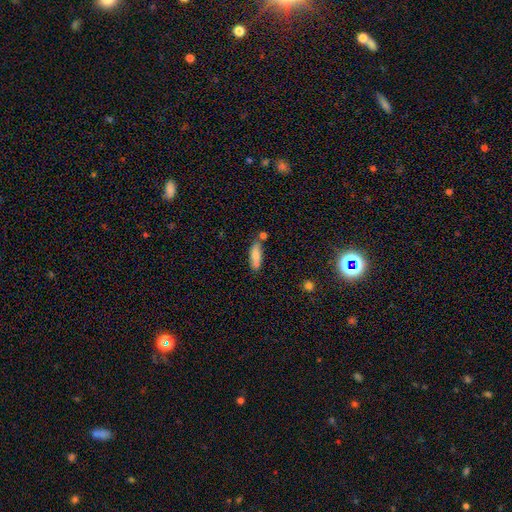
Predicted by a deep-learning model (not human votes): Q: Smooth or featured?
A: smooth (75%); runner-up: featured or disk (18%)
Q: How rounded?
A: cigar-shaped (49%); tied with: in between (49%)
Q: Merging?
A: none (61%); runner-up: minor disturbance (18%)